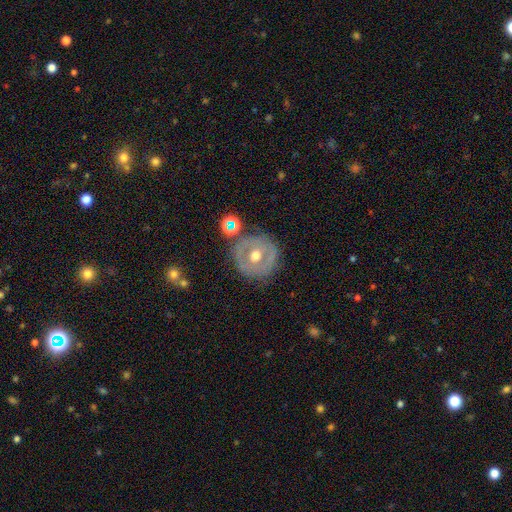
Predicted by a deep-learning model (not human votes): smooth-or-featured: featured or disk: 59% | smooth: 33% | star or artifact: 9%
  disk-edge-on: no: 95% | yes: 5%
    bar: no: 71% | weak: 21% | strong: 8%
    has-spiral-arms: no: 69% | yes: 31%
    bulge-size: moderate: 80% | small: 12% | large: 6% | none: 1% | dominant: 1%
  merging: none: 78% | minor disturbance: 13% | major disturbance: 5% | merger: 4%